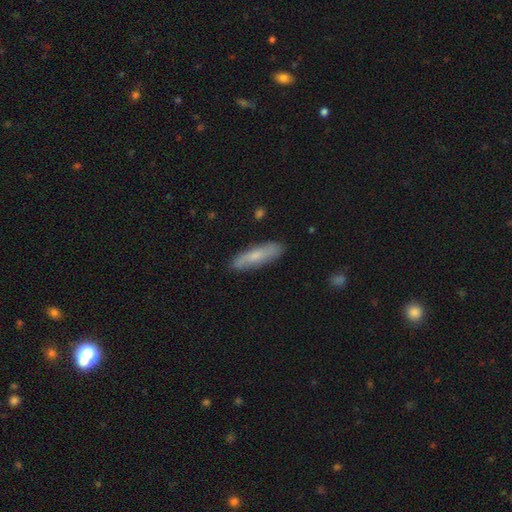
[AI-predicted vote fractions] Smooth or featured: smooth — 64% (featured or disk — 30%)
How rounded: cigar-shaped — 72% (in between — 26%)
Merging: none — 84% (minor disturbance — 12%)